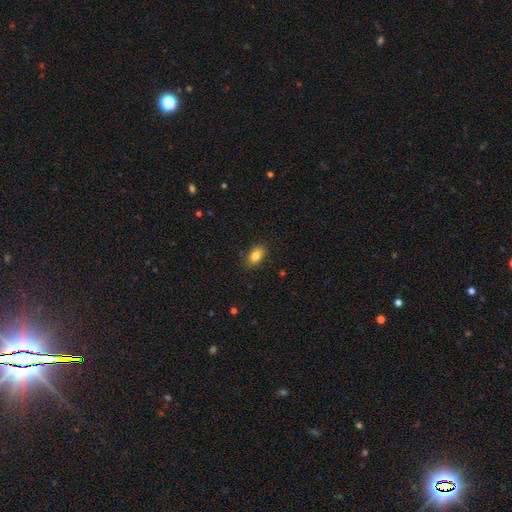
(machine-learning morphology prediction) A smooth galaxy with no disk features (84%) that is in between round and cigar-shaped (88%).

Vote fractions:
- Smooth or featured? smooth: 84% / star or artifact: 8% / featured or disk: 7%
- How rounded? in between: 88% / round: 10% / cigar-shaped: 2%
- Merging? none: 87% / minor disturbance: 10% / major disturbance: 2% / merger: 1%